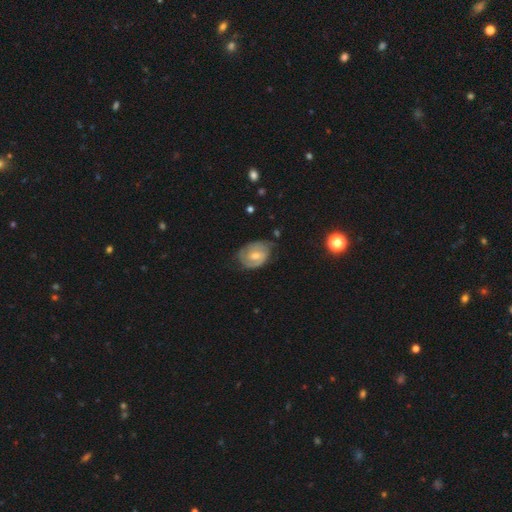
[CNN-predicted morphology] Smooth or featured? Predicted: featured or disk (p=0.70). Edge-on disk? Predicted: no (p=0.97). Bar? Predicted: weak (p=0.53). Spiral arms? Predicted: yes (p=0.88). Spiral winding? Predicted: tight (p=0.51). Spiral arm count? Predicted: 2 (p=0.67). Bulge size? Predicted: moderate (p=0.59). Merging? Predicted: none (p=0.62).